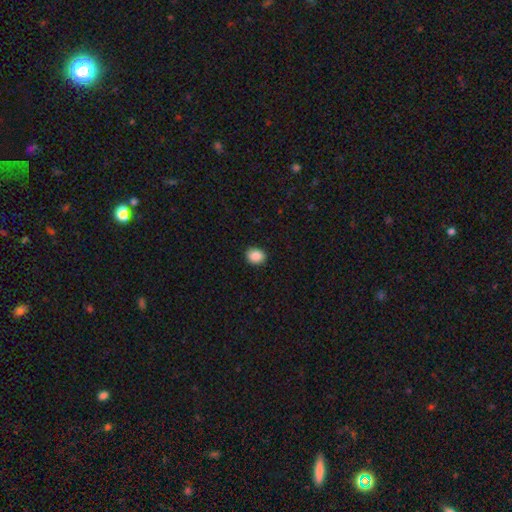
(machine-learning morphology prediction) Smooth or featured: smooth — 87% (star or artifact — 9%)
How rounded: round — 58% (in between — 41%)
Merging: none — 91% (minor disturbance — 6%)